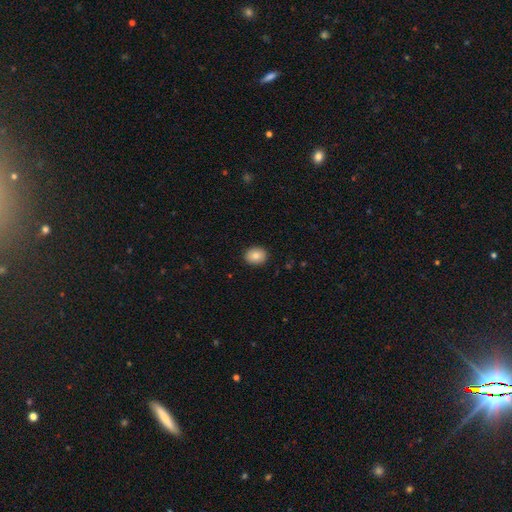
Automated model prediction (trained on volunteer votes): Overall: smooth (84%). How rounded: round (59%; in between 40%). Merging: none (91%).